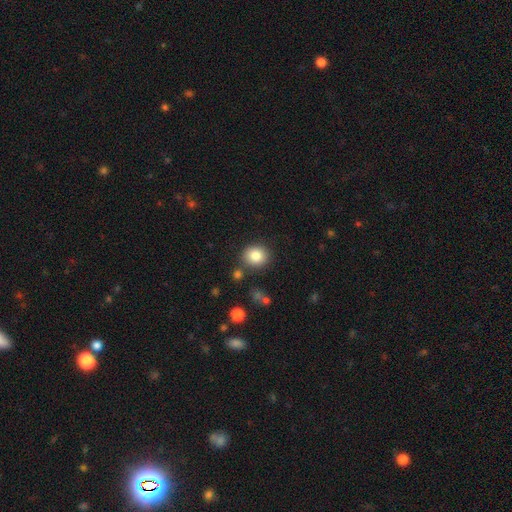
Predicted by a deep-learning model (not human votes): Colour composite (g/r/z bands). It shows a smooth galaxy with no disk features (84%) that is round (79%). Merging: none (83%).